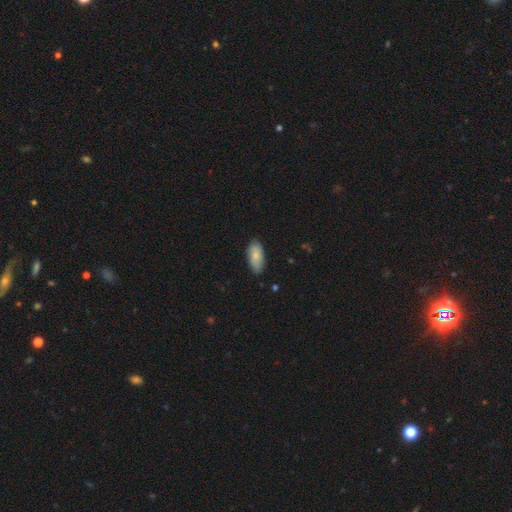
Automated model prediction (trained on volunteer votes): Smooth or featured?
  - smooth: 80% *
  - featured or disk: 14%
  - star or artifact: 6%
How rounded?
  - in between: 91% *
  - cigar-shaped: 7%
  - round: 2%
Merging?
  - none: 82% *
  - minor disturbance: 15%
  - major disturbance: 2%
  - merger: 1%